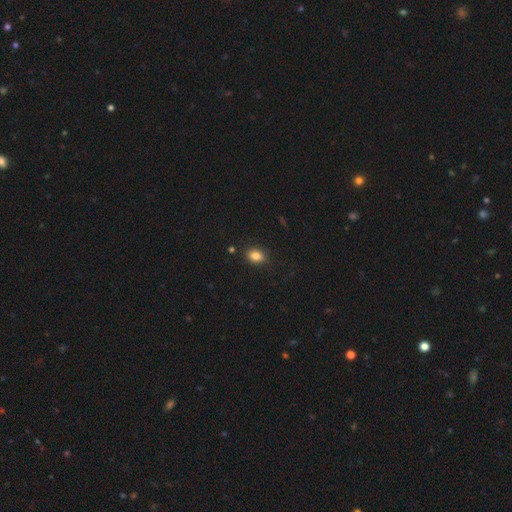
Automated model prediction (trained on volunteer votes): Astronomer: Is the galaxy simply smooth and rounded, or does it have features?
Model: smooth — 84%.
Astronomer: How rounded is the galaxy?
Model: in between — 68%.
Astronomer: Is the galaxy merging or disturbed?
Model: none — 85%.